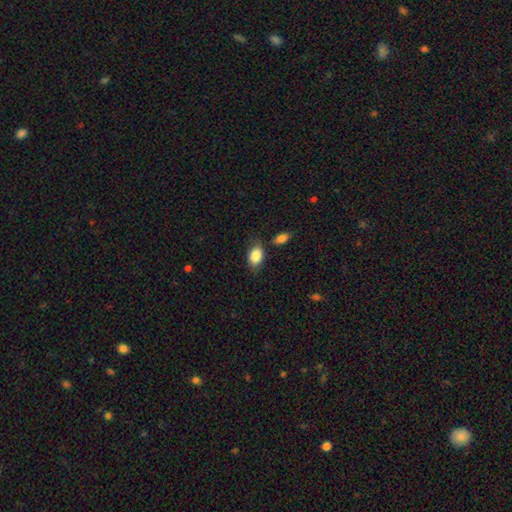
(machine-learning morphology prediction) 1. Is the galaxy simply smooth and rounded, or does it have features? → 84% smooth, 9% featured or disk, 7% star or artifact.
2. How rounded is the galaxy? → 82% in between, 16% round, 2% cigar-shaped.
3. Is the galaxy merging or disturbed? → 70% none, 19% minor disturbance, 6% merger, 5% major disturbance.